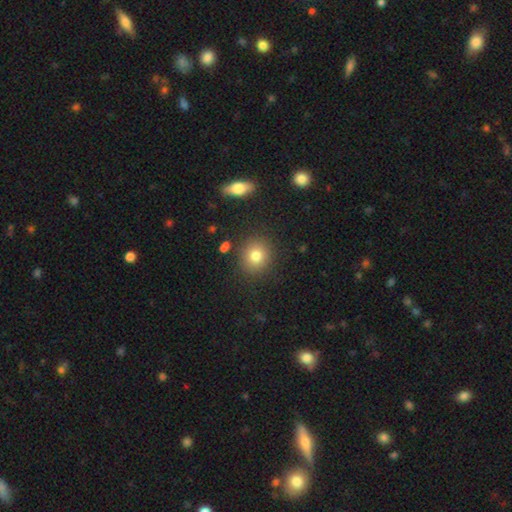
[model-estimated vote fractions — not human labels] A smooth galaxy with no disk features (81%) that is round (83%).

Vote fractions:
- Smooth or featured? smooth: 81% / star or artifact: 11% / featured or disk: 8%
- How rounded? round: 83% / in between: 15% / cigar-shaped: 1%
- Merging? none: 87% / minor disturbance: 8% / major disturbance: 3% / merger: 3%